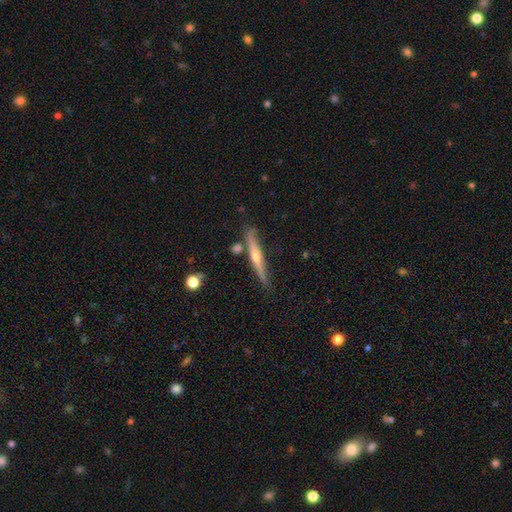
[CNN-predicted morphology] featured or disk 70%, smooth 23%, star or artifact 6%. Down the decision tree: edge-on disk — yes (97%); edge-on bulge — rounded (85%); merging — none (82%).